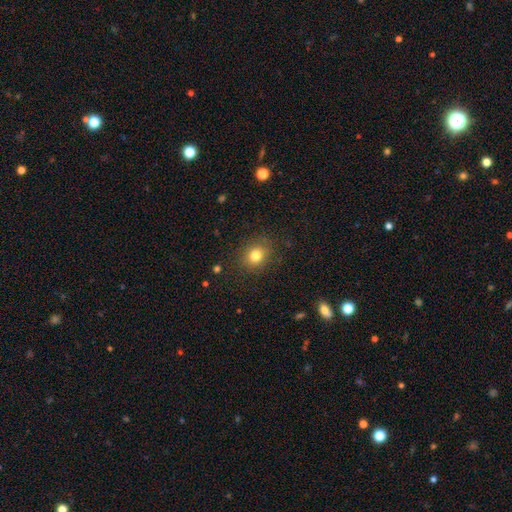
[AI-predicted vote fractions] Smooth or featured: smooth — 80% (star or artifact — 12%)
How rounded: round — 67% (in between — 32%)
Merging: none — 86% (minor disturbance — 10%)